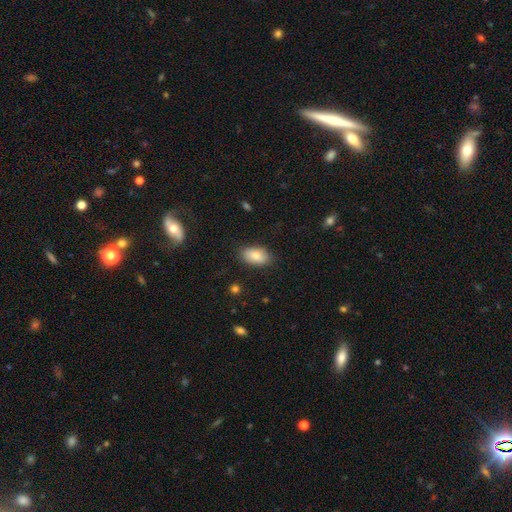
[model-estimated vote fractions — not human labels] A smooth galaxy with no disk features (84%) that is in between round and cigar-shaped (92%).

Vote fractions:
- Smooth or featured? smooth: 84% / featured or disk: 9% / star or artifact: 7%
- How rounded? in between: 92% / round: 5% / cigar-shaped: 3%
- Merging? none: 83% / minor disturbance: 13% / major disturbance: 3% / merger: 1%